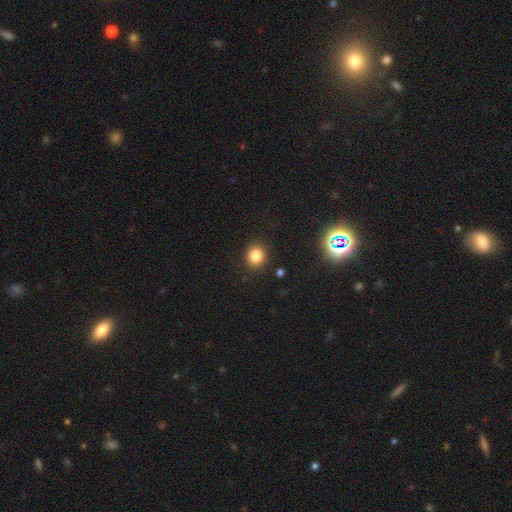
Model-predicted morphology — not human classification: Smooth or featured? smooth (82%)
How rounded? round (79%)
Merging? none (89%)